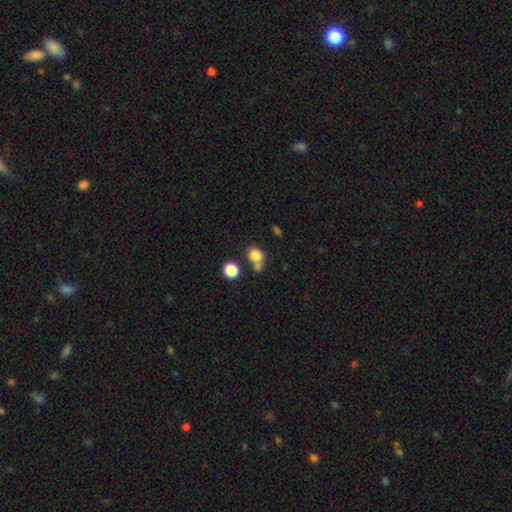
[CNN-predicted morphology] Smooth or featured? smooth (81%)
How rounded? round (63%)
Merging? none (54%)